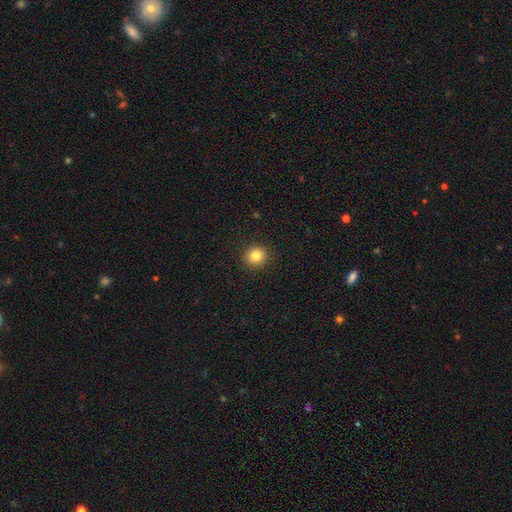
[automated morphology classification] smooth-or-featured: smooth: 83% | star or artifact: 11% | featured or disk: 6%
  how-rounded: round: 90% | in between: 9% | cigar-shaped: 1%
  merging: none: 92% | minor disturbance: 5% | major disturbance: 2% | merger: 1%